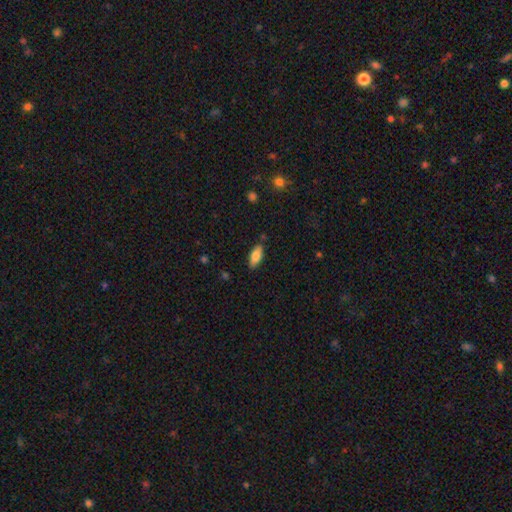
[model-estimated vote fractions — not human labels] smooth-or-featured: smooth: 80% | featured or disk: 13% | star or artifact: 7%
  how-rounded: in between: 83% | cigar-shaped: 15% | round: 2%
  merging: none: 83% | minor disturbance: 12% | major disturbance: 2% | merger: 2%